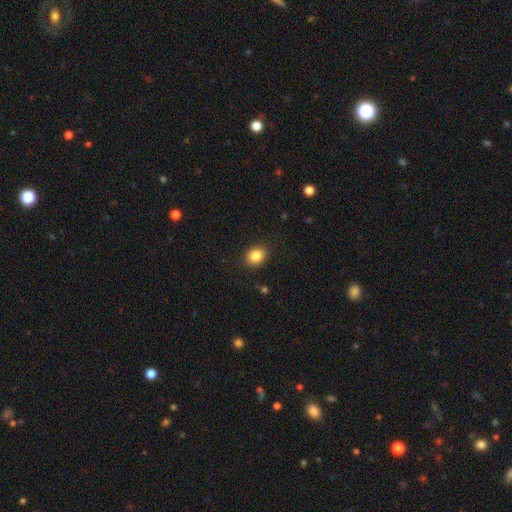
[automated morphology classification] Smooth or featured?
  - smooth: 85% *
  - star or artifact: 9%
  - featured or disk: 6%
How rounded?
  - round: 50% *
  - in between: 49%
  - cigar-shaped: 1%
Merging?
  - none: 89% *
  - minor disturbance: 8%
  - major disturbance: 2%
  - merger: 1%